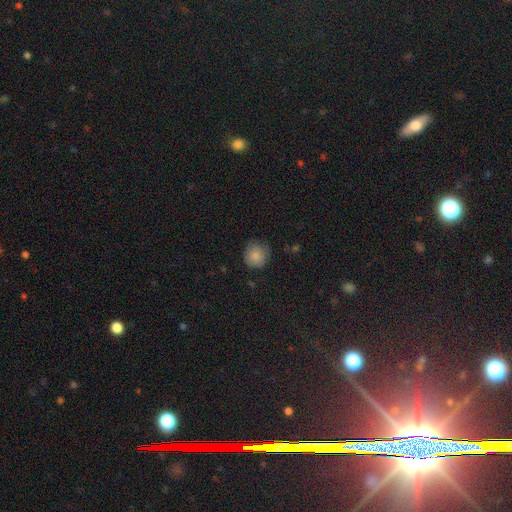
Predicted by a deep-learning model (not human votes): Smooth or featured: smooth — 86% (star or artifact — 9%)
How rounded: round — 91% (in between — 8%)
Merging: none — 77% (minor disturbance — 18%)